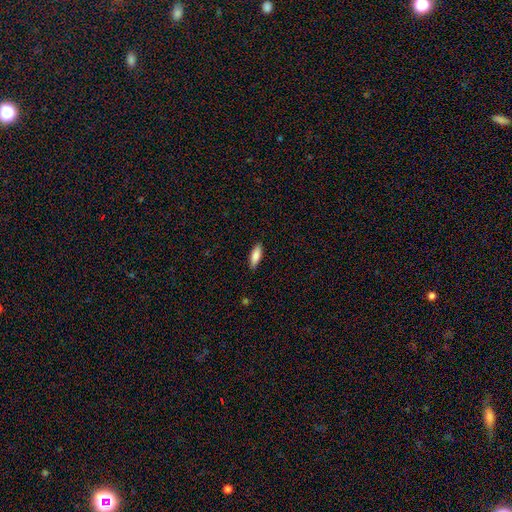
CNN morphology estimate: This appears to be a smooth galaxy with no disk features (82%) that is in between round and cigar-shaped (57%). Merging: none (88%).